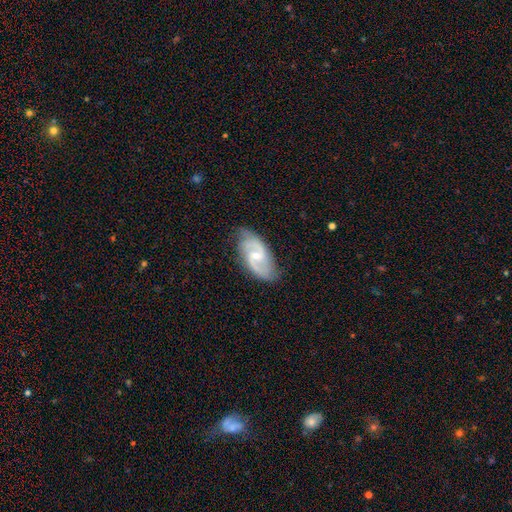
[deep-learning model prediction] Smooth or featured? Predicted: featured or disk (p=0.86). Edge-on disk? Predicted: no (p=0.96). Bar? Predicted: weak (p=0.52). Spiral arms? Predicted: yes (p=0.96). Spiral winding? Predicted: medium (p=0.53). Spiral arm count? Predicted: 2 (p=0.87). Bulge size? Predicted: small (p=0.59). Merging? Predicted: none (p=0.79).